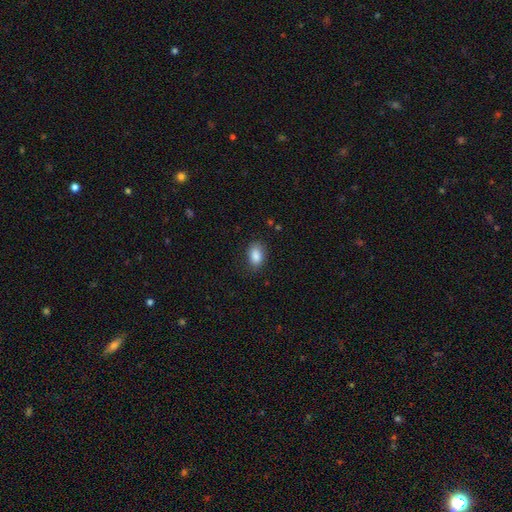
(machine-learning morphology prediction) Smooth or featured?
  - smooth: 87% *
  - star or artifact: 8%
  - featured or disk: 5%
How rounded?
  - in between: 89% *
  - round: 9%
  - cigar-shaped: 2%
Merging?
  - none: 81% *
  - minor disturbance: 15%
  - major disturbance: 3%
  - merger: 1%